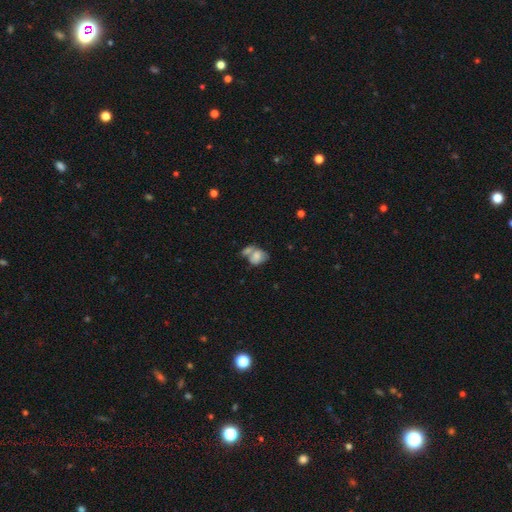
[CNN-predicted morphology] Smooth or featured? Predicted: smooth (p=0.69). How rounded? Predicted: in between (p=0.66). Merging? Predicted: merger (p=0.55).